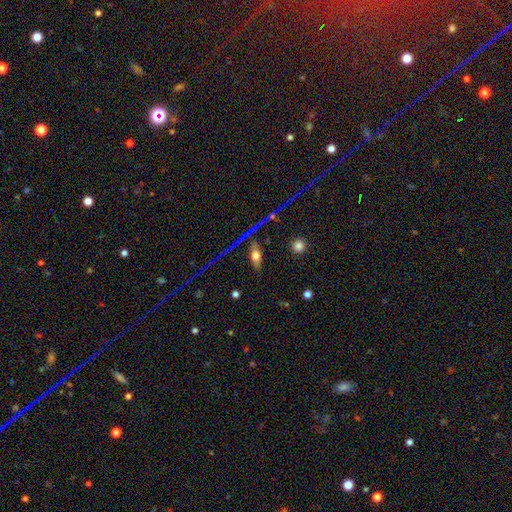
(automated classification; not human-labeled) Smooth or featured? Predicted: smooth (p=0.49). Merging? Predicted: none (p=0.78).